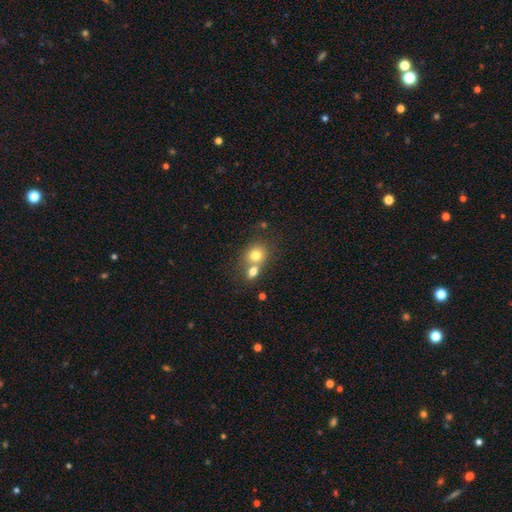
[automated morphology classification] The model was most divided on "merging": merger: 54%, none: 36%, minor disturbance: 7%, major disturbance: 3%. More confident: smooth or featured — smooth (76%); how rounded — round (70%).